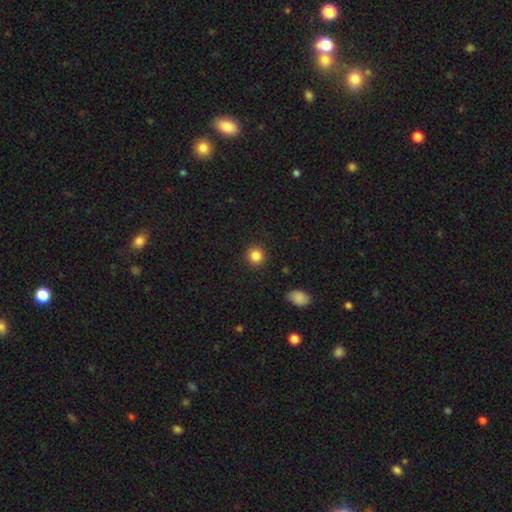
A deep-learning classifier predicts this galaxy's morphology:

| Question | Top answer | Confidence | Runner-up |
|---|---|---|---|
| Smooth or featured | smooth | 85% | star or artifact (10%) |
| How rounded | round | 91% | in between (8%) |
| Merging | none | 91% | minor disturbance (6%) |